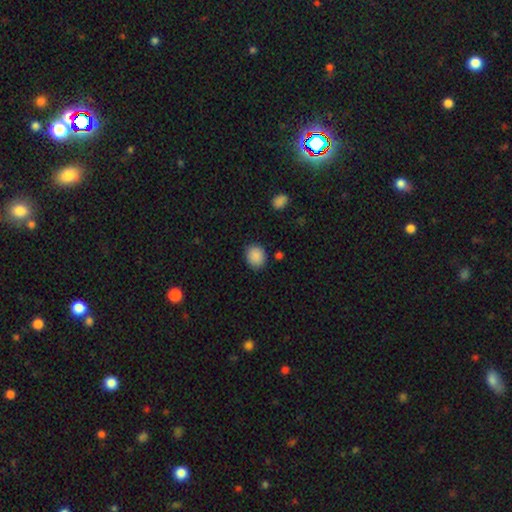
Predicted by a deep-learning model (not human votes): Smooth or featured: smooth — 88% (star or artifact — 9%)
How rounded: round — 68% (in between — 31%)
Merging: none — 84% (minor disturbance — 10%)